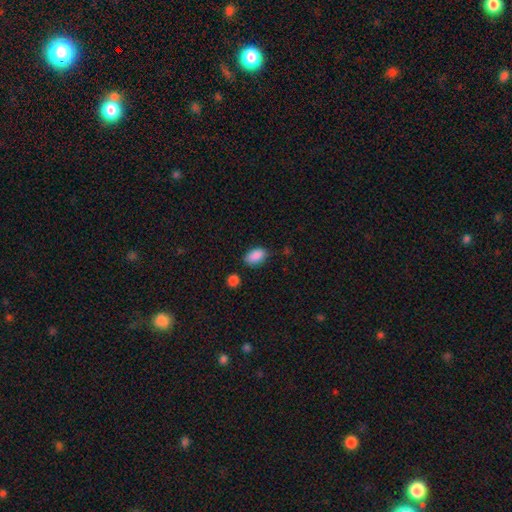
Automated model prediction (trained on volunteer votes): Smooth or featured? Predicted: smooth (p=0.89). How rounded? Predicted: in between (p=0.92). Merging? Predicted: none (p=0.78).